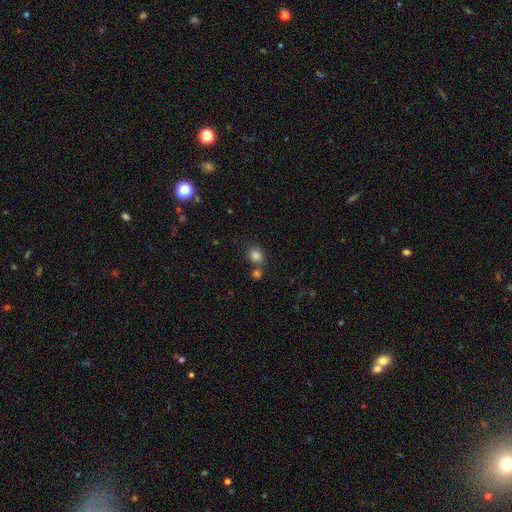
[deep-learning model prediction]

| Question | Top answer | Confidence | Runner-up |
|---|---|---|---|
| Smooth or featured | smooth | 83% | star or artifact (11%) |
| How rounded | round | 62% | in between (37%) |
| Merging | none | 63% | merger (23%) |